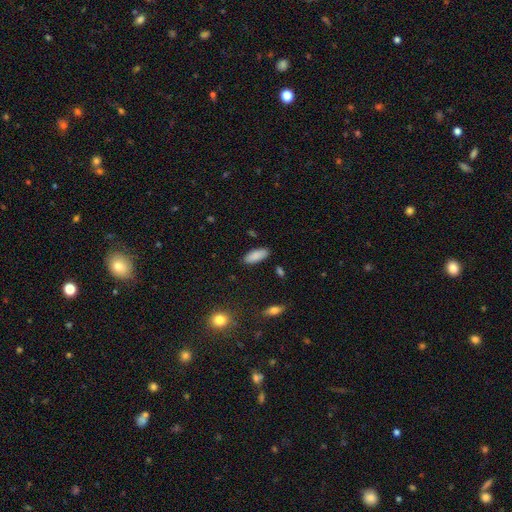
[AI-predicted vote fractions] This is clearly a smooth galaxy (88%). How rounded: likely in between (80%). Merging: clearly none (88%).